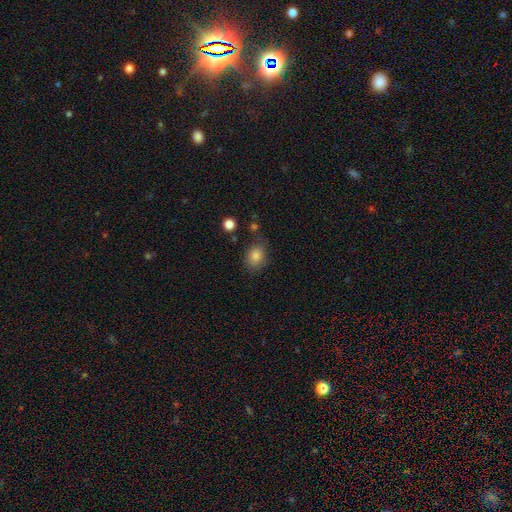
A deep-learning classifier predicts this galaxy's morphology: The model was most divided on "how rounded": in between: 52%, round: 47%, cigar-shaped: 1%. More confident: smooth or featured — smooth (83%); merging — none (75%).